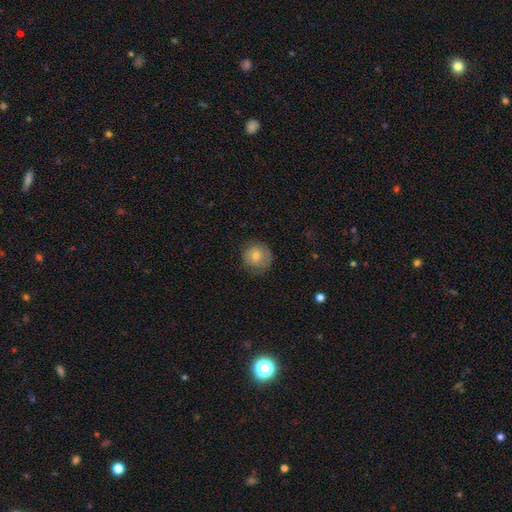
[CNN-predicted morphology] smooth_or_featured: smooth (p=0.70) [alt: featured or disk p=0.21]
how_rounded: round (p=0.91) [alt: in between p=0.08]
merging: none (p=0.78) [alt: minor disturbance p=0.16]